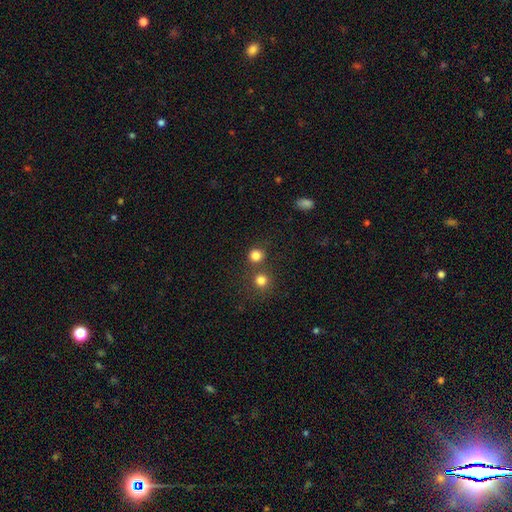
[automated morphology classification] This appears to be a smooth galaxy with no disk features (81%) that is round (91%). Merging: none (72%).